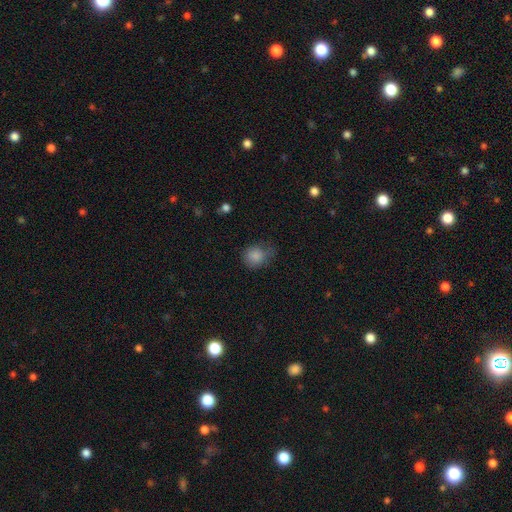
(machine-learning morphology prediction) type=smooth (84%); roundness=round (72%); merging=none (52%).